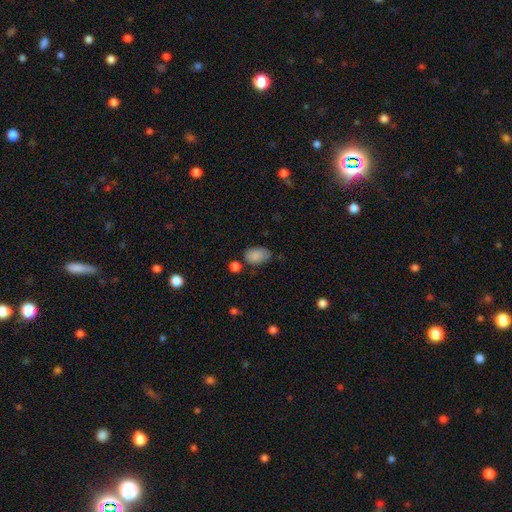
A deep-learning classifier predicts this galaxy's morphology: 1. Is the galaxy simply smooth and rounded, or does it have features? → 85% smooth, 8% star or artifact, 6% featured or disk.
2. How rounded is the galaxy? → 86% in between, 13% round, 1% cigar-shaped.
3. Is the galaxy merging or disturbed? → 59% none, 27% minor disturbance, 7% major disturbance, 7% merger.